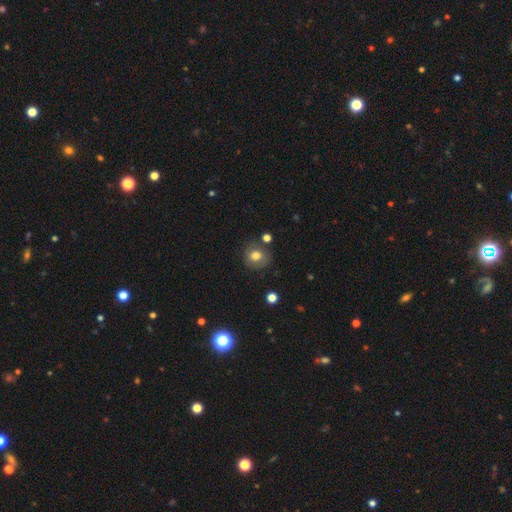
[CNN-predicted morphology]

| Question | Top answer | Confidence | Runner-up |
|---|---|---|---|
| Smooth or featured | smooth | 72% | featured or disk (18%) |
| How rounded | round | 83% | in between (16%) |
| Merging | none | 76% | minor disturbance (15%) |